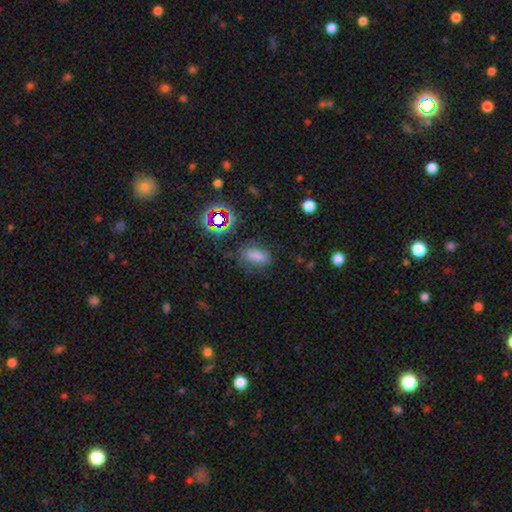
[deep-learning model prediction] The model was most divided on "smooth or featured": smooth: 68%, star or artifact: 21%, featured or disk: 11%. More confident: how rounded — in between (83%); merging — none (70%).